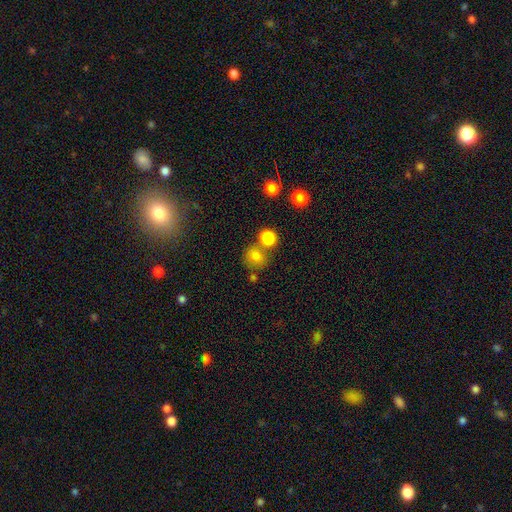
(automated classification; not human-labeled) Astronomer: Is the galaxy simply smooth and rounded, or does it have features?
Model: smooth — 79%.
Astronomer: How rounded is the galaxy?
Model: round — 72%.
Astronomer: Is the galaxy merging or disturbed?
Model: none — 54% (runner-up: merger, 31%).